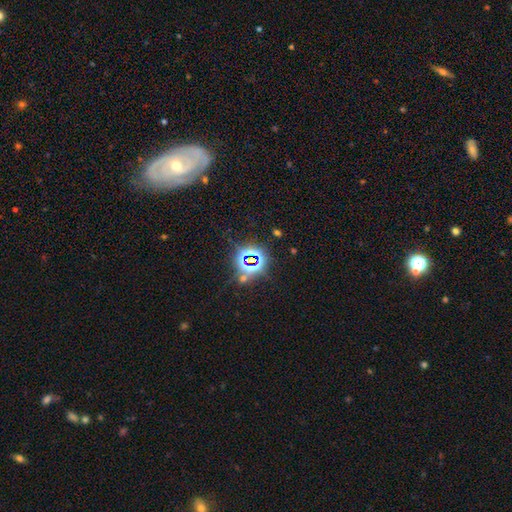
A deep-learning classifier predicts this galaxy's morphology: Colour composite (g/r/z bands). It shows a star or artifact, not a galaxy (72%).